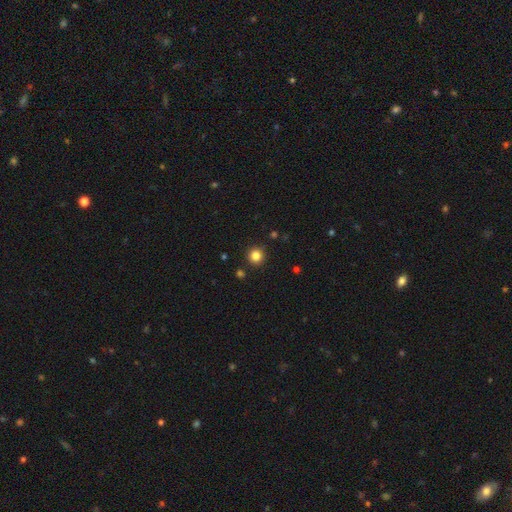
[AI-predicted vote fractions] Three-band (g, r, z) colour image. It shows a smooth galaxy with no disk features (83%) that is round (95%). Merging: none (91%).